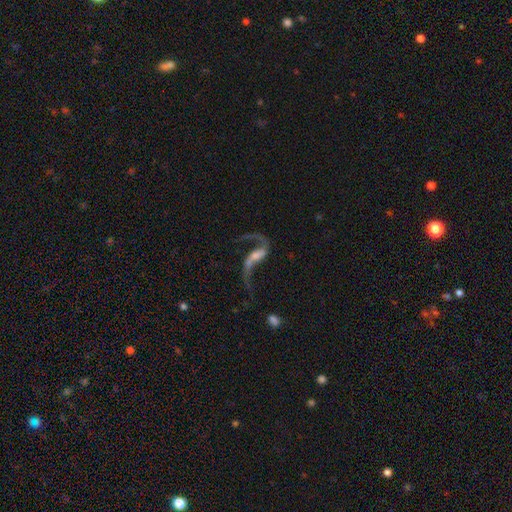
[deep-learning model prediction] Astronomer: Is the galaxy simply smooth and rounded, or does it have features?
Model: featured or disk — 86%.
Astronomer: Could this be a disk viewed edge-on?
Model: no — 96%.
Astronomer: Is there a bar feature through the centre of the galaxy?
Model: weak — 40% (runner-up: no, 31%).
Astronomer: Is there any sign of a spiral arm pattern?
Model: yes — 94%.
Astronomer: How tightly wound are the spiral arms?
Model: loose — 89%.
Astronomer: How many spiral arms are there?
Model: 2 — 90%.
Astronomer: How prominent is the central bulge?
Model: small — 37% (runner-up: moderate, 28%).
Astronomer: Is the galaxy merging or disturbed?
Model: none — 54%.